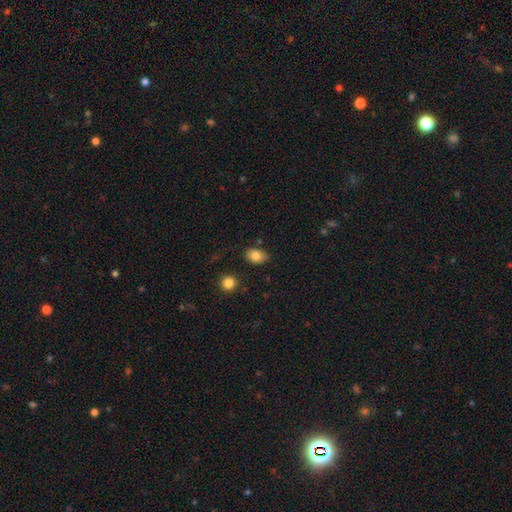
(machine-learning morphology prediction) This is clearly a smooth galaxy (82%). How rounded: likely in between (80%). Merging: likely none (79%).